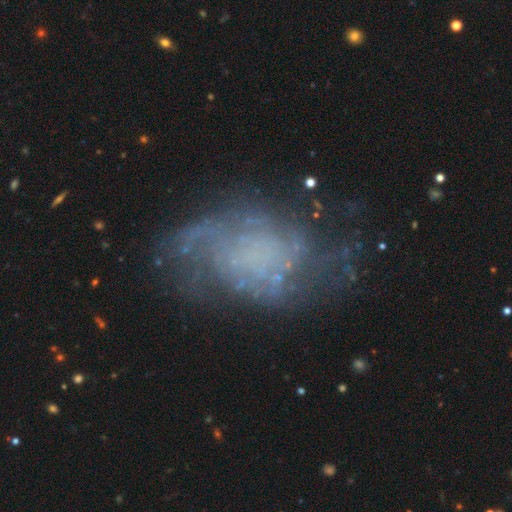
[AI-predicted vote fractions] Morphology: type=featured or disk (73%); edge-on=no (97%); bar=no (81%); spiral arms=yes (74%); winding=tight (34%); arm count=can't tell (42%); bulge=none (78%); merging=none (54%).